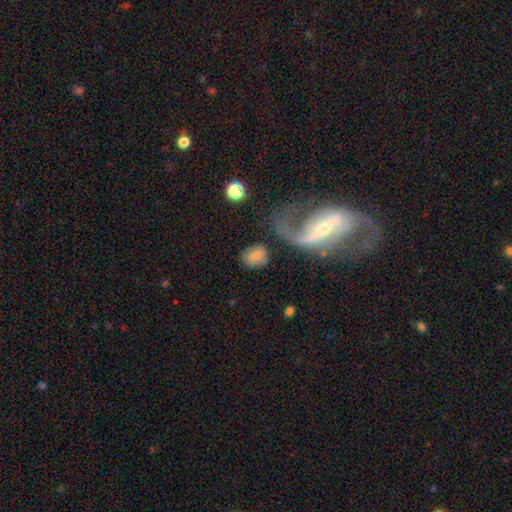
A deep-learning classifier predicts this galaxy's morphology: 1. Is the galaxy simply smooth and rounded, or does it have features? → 72% smooth, 19% featured or disk, 8% star or artifact.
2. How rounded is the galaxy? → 55% in between, 43% round, 2% cigar-shaped.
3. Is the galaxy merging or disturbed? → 66% none, 15% minor disturbance, 11% major disturbance, 7% merger.